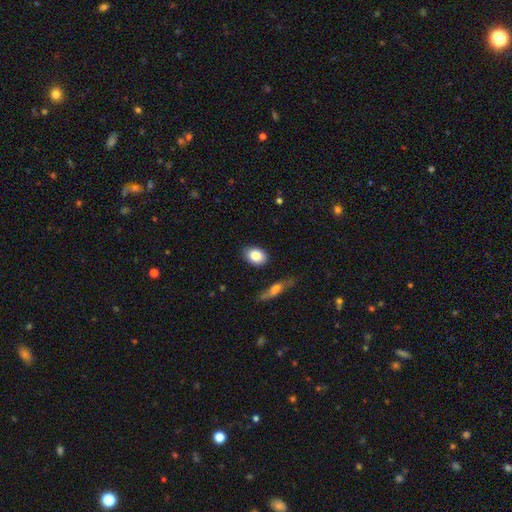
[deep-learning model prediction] Smooth or featured: smooth — 85% (featured or disk — 8%)
How rounded: in between — 73% (round — 25%)
Merging: none — 83% (minor disturbance — 11%)